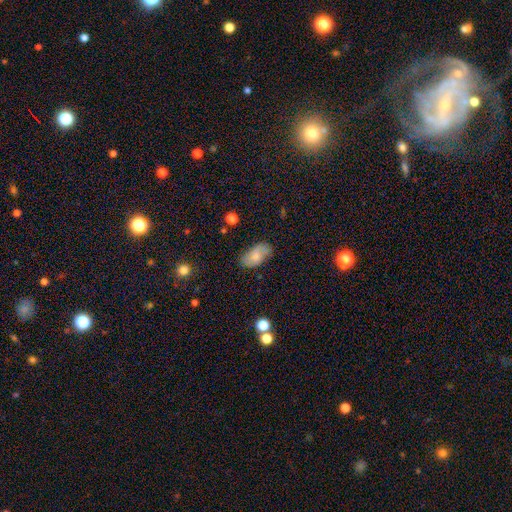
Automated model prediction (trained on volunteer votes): Overall: smooth (71%). How rounded: in between (93%). Merging: none (71%).